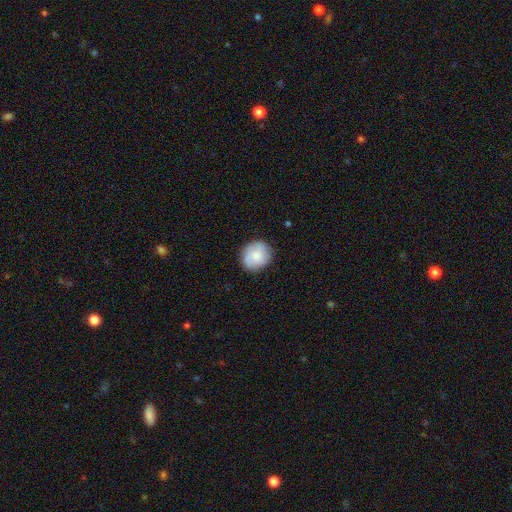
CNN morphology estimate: smooth-or-featured: smooth: 78% | featured or disk: 15% | star or artifact: 6%
  how-rounded: round: 81% | in between: 18% | cigar-shaped: 1%
  merging: none: 83% | minor disturbance: 13% | major disturbance: 3% | merger: 1%